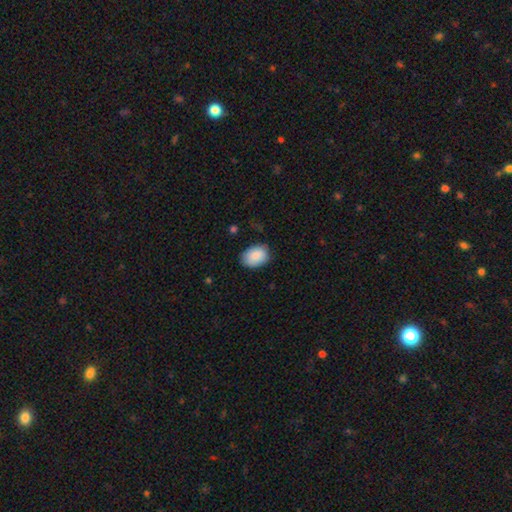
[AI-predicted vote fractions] This is clearly a smooth galaxy (88%). How rounded: likely in between (79%). Merging: likely none (78%).